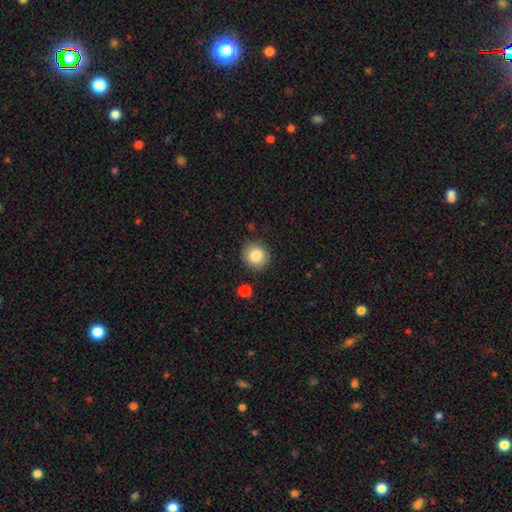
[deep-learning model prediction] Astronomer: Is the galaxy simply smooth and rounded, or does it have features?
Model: smooth — 84%.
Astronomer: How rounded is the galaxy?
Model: round — 88%.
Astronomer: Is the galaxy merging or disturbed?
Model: none — 87%.